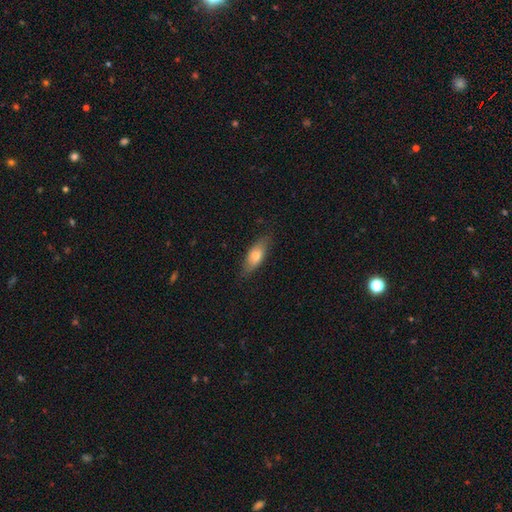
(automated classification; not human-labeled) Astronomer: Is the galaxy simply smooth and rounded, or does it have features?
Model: smooth — 71%.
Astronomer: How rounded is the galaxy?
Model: in between — 76%.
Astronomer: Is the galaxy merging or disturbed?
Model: none — 79%.